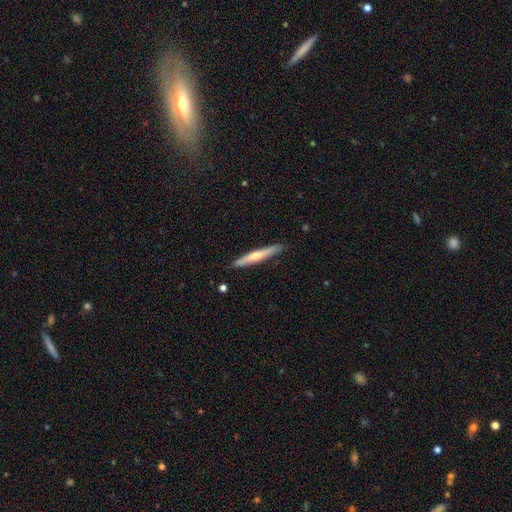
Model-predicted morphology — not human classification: Smooth or featured?
  - featured or disk: 59% *
  - smooth: 35%
  - star or artifact: 6%
Edge-on disk?
  - yes: 96% *
  - no: 4%
Edge-on bulge?
  - rounded: 79% *
  - none: 17%
  - boxy: 5%
Merging?
  - none: 89% *
  - minor disturbance: 8%
  - major disturbance: 1%
  - merger: 1%